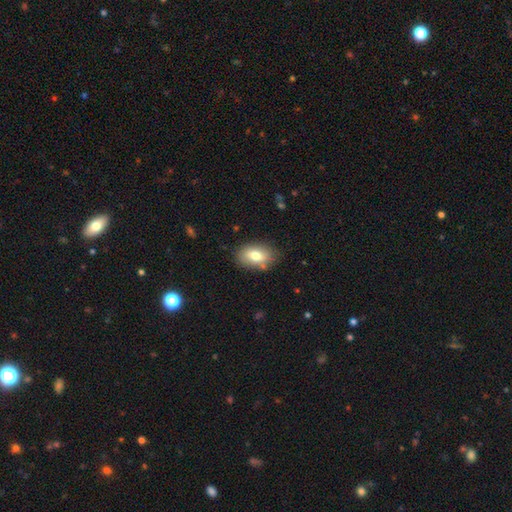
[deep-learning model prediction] The model was most divided on "smooth or featured": smooth: 73%, featured or disk: 19%, star or artifact: 8%. More confident: how rounded — in between (86%); merging — none (81%).